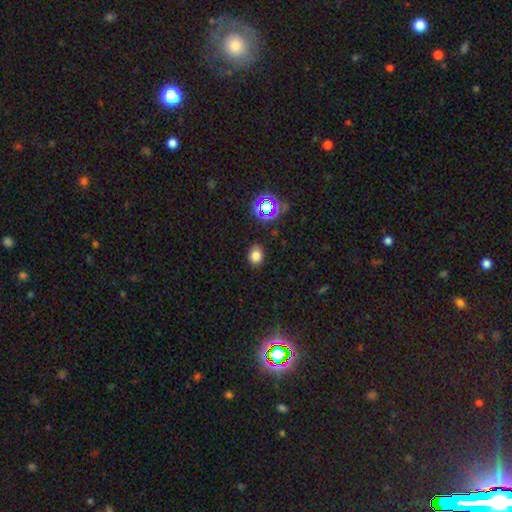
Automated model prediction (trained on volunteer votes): smooth 77%, star or artifact 17%, featured or disk 6%. Down the decision tree: how rounded — in between (55%); merging — none (86%).